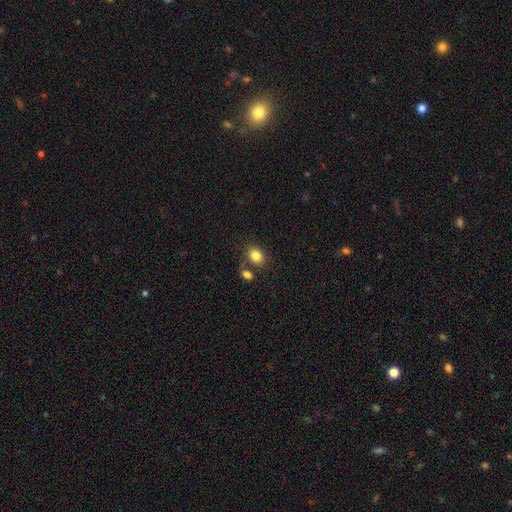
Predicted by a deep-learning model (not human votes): This is clearly a smooth galaxy (84%). How rounded: likely in between (61%). Merging: likely none (64%).